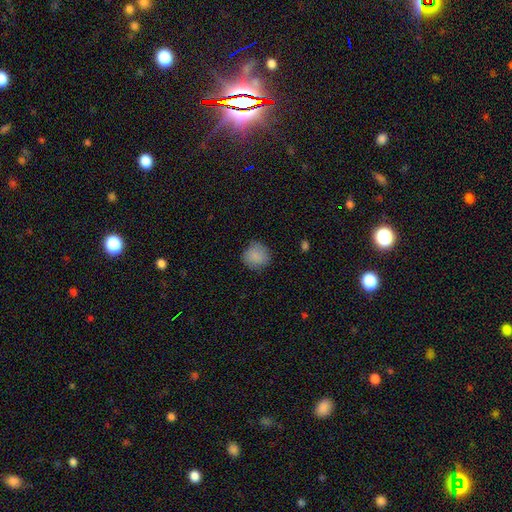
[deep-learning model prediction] Smooth or featured? Predicted: smooth (p=0.87). How rounded? Predicted: round (p=0.90). Merging? Predicted: none (p=0.84).